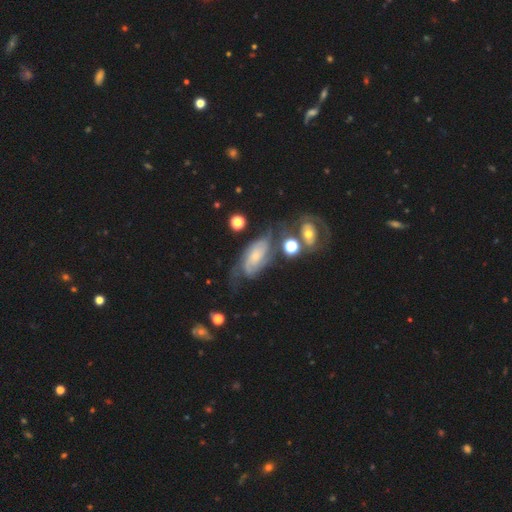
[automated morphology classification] Q: Smooth or featured?
A: featured or disk (78%); runner-up: smooth (15%)
Q: Edge-on disk?
A: no (94%); runner-up: yes (6%)
Q: Bar?
A: no (66%); runner-up: weak (28%)
Q: Spiral arms?
A: yes (94%); runner-up: no (6%)
Q: Spiral winding?
A: tight (50%); runner-up: medium (37%)
Q: Spiral arm count?
A: 2 (44%); runner-up: can't tell (30%)
Q: Bulge size?
A: small (70%); runner-up: moderate (21%)
Q: Merging?
A: none (52%); runner-up: minor disturbance (23%)